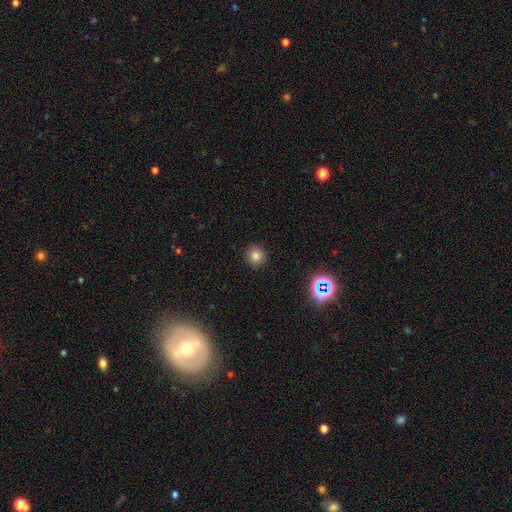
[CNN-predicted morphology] Smooth or featured? Predicted: smooth (p=0.80). How rounded? Predicted: round (p=0.91). Merging? Predicted: none (p=0.92).